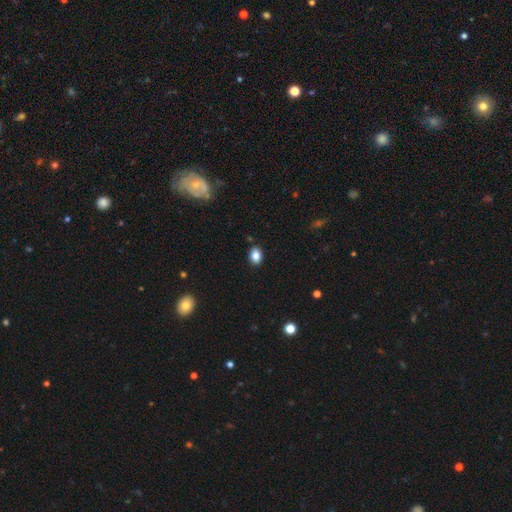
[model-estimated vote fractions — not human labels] Smooth or featured? smooth (86%)
How rounded? in between (70%)
Merging? none (87%)